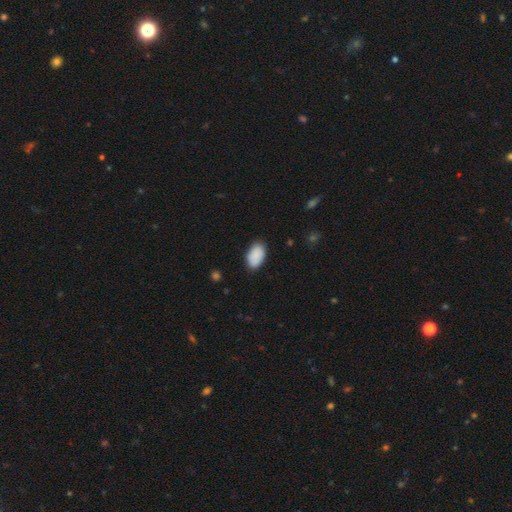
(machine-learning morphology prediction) This is clearly a smooth galaxy (90%). How rounded: clearly in between (94%). Merging: clearly none (84%).